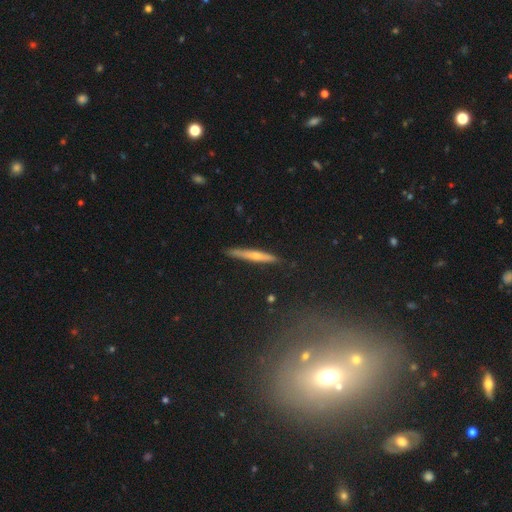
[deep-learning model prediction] The model was most divided on "smooth or featured": featured or disk: 58%, smooth: 34%, star or artifact: 8%. More confident: edge-on disk — yes (95%); merging — none (88%); edge-on bulge — rounded (69%).